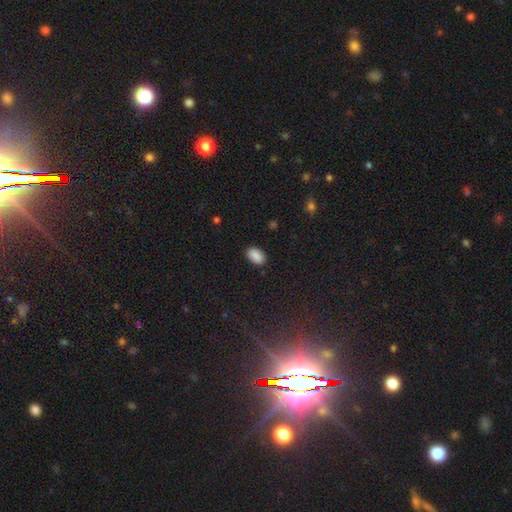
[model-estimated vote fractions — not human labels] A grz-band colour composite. It shows a smooth galaxy with no disk features (89%) that is in between round and cigar-shaped (91%). Merging: none (87%).